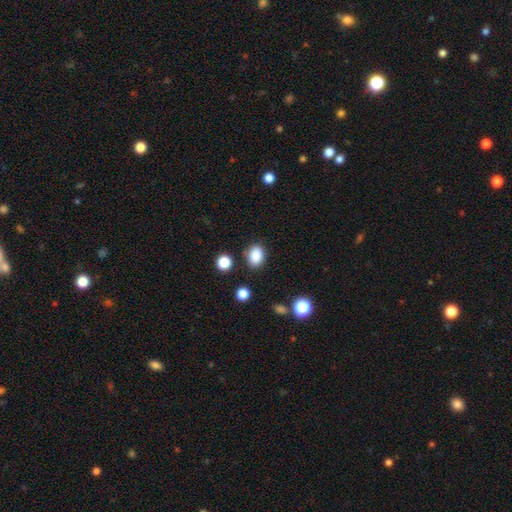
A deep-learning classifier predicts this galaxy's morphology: Overall: smooth (87%). How rounded: in between (69%; round 30%). Merging: none (81%).